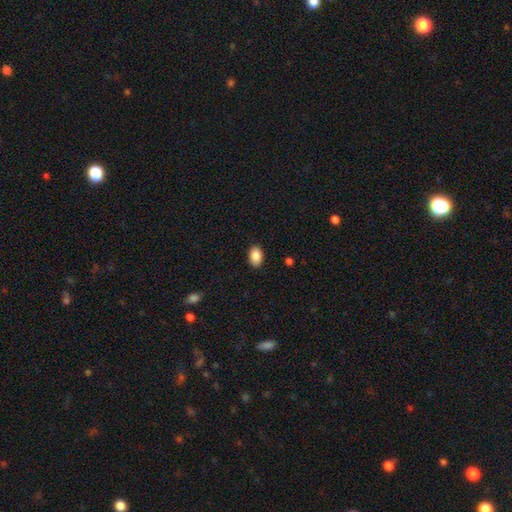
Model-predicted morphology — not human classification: Overall: smooth (87%). How rounded: in between (86%). Merging: none (89%).